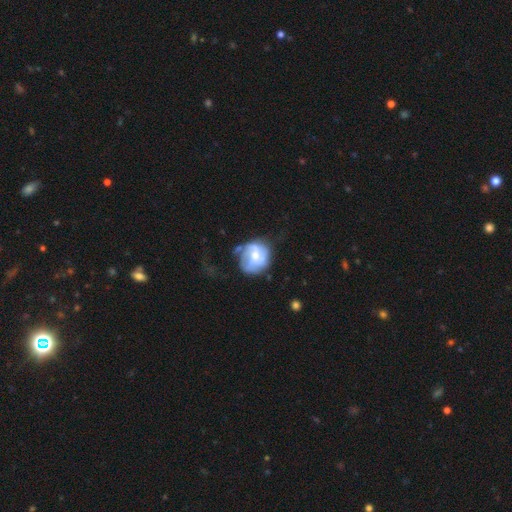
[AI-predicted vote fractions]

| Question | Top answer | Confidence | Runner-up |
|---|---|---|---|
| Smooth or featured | featured or disk | 60% | smooth (33%) |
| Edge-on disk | no | 98% | yes (2%) |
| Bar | no | 59% | weak (33%) |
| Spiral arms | yes | 54% | no (46%) |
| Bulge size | moderate | 48% | small (40%) |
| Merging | none | 44% | minor disturbance (26%) |